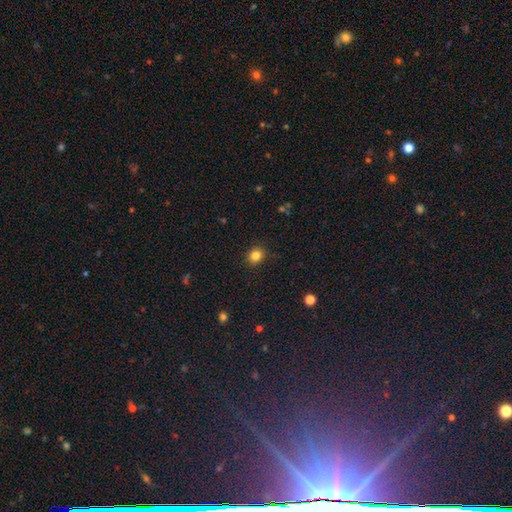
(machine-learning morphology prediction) This is clearly a smooth galaxy (83%). How rounded: likely round (69%). Merging: clearly none (89%).